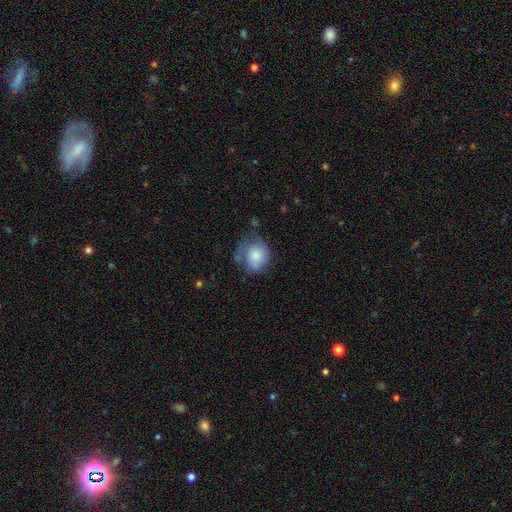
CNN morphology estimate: type=smooth (75%); roundness=round (59%); merging=none (39%).